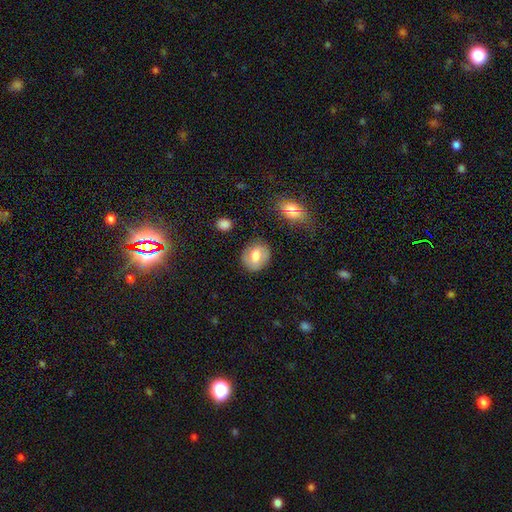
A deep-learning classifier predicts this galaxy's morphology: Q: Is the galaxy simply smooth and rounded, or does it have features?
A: smooth — 66%.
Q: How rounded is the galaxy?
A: round — 58%.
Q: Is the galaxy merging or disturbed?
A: none — 80%.